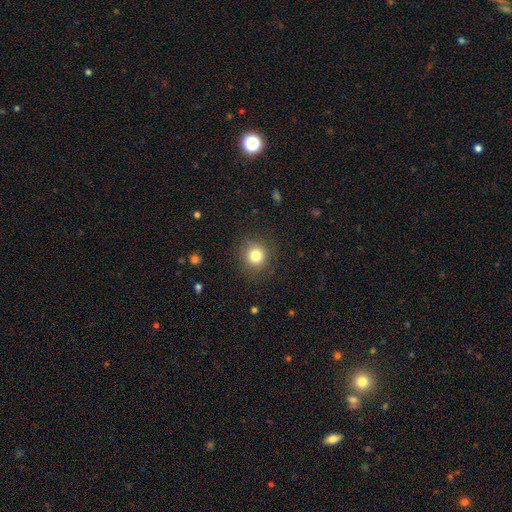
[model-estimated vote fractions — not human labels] The model was most divided on "smooth or featured": smooth: 80%, star or artifact: 12%, featured or disk: 7%. More confident: how rounded — round (92%); merging — none (88%).